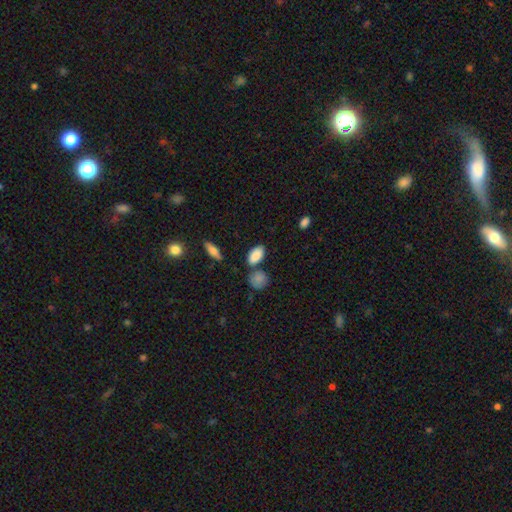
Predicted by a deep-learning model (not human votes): This is clearly a smooth galaxy (87%). How rounded: clearly in between (91%). Merging: likely none (73%).